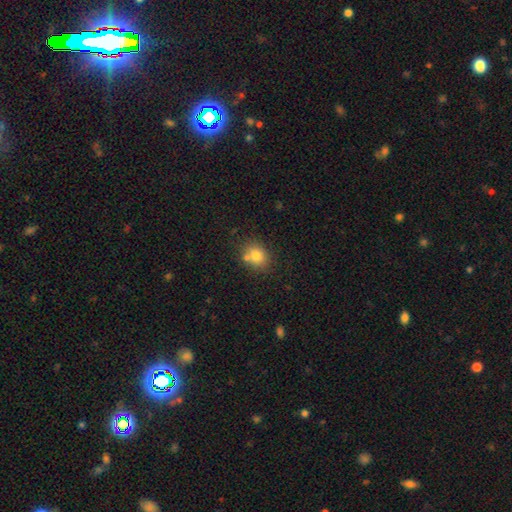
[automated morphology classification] This is likely a smooth galaxy (80%). How rounded: likely round (62%). Merging: likely none (67%).